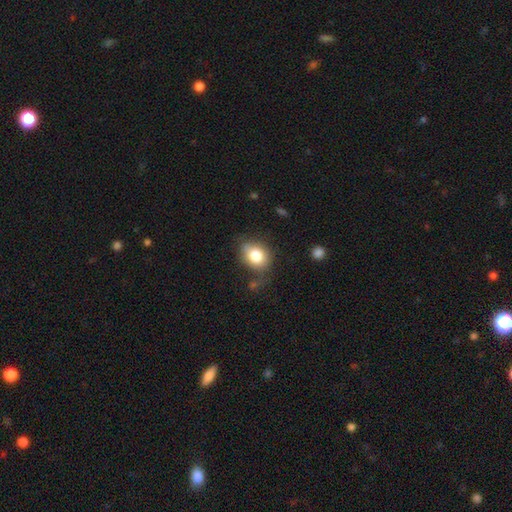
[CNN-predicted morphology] smooth_or_featured: smooth (p=0.80) [alt: featured or disk p=0.11]
how_rounded: in between (p=0.51) [alt: round p=0.48]
merging: none (p=0.67) [alt: minor disturbance p=0.22]